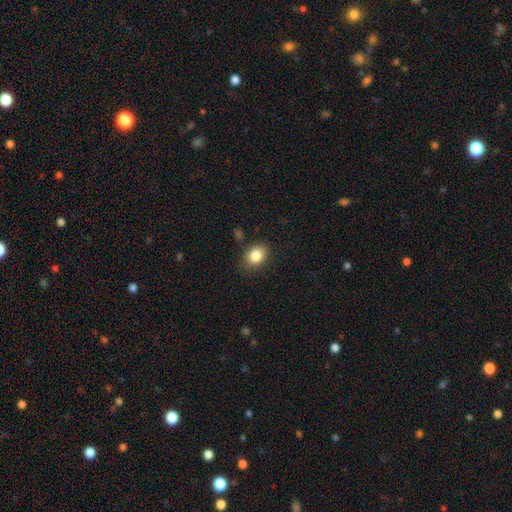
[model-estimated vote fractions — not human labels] Smooth or featured? Predicted: smooth (p=0.84). How rounded? Predicted: in between (p=0.55). Merging? Predicted: none (p=0.84).